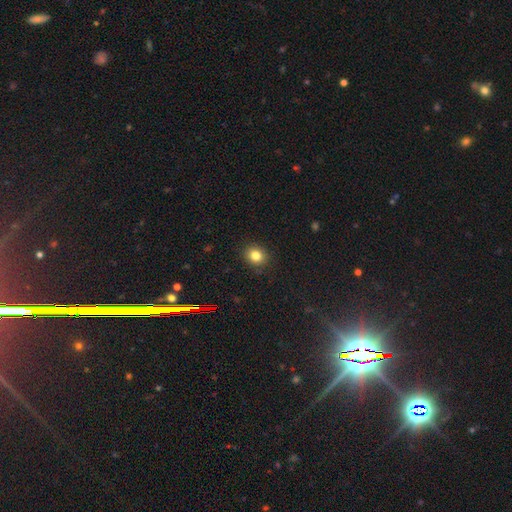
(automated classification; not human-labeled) smooth_or_featured: smooth (p=0.82) [alt: star or artifact p=0.12]
how_rounded: round (p=0.74) [alt: in between p=0.26]
merging: none (p=0.89) [alt: minor disturbance p=0.08]